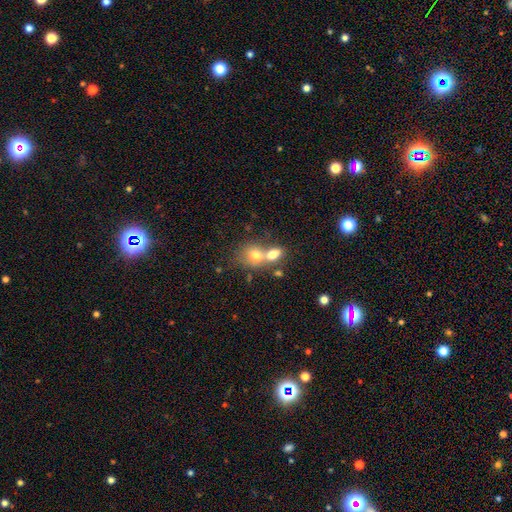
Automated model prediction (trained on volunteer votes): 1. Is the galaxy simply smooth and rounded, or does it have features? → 73% smooth, 17% featured or disk, 10% star or artifact.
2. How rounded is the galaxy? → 50% round, 48% in between, 2% cigar-shaped.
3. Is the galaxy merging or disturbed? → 65% merger, 24% none, 7% minor disturbance, 4% major disturbance.